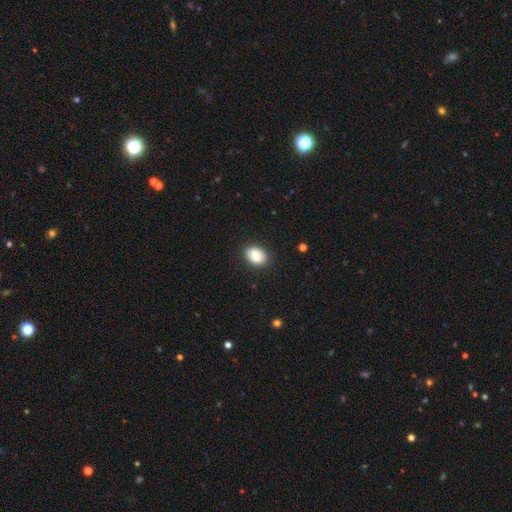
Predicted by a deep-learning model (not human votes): The model was most divided on "how rounded": in between: 72%, round: 27%, cigar-shaped: 1%. More confident: merging — none (87%); smooth or featured — smooth (73%).